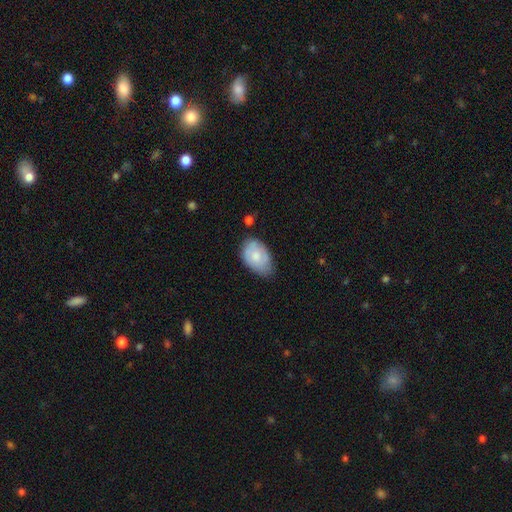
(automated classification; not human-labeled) This appears to be a smooth galaxy with no disk features (66%) that is in between round and cigar-shaped (90%). Merging: none (59%).